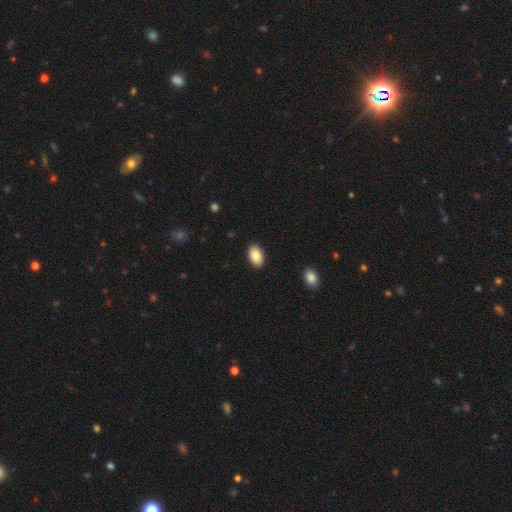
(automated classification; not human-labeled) smooth_or_featured: smooth (p=0.86) [alt: featured or disk p=0.07]
how_rounded: in between (p=0.94) [alt: round p=0.05]
merging: none (p=0.90) [alt: minor disturbance p=0.07]